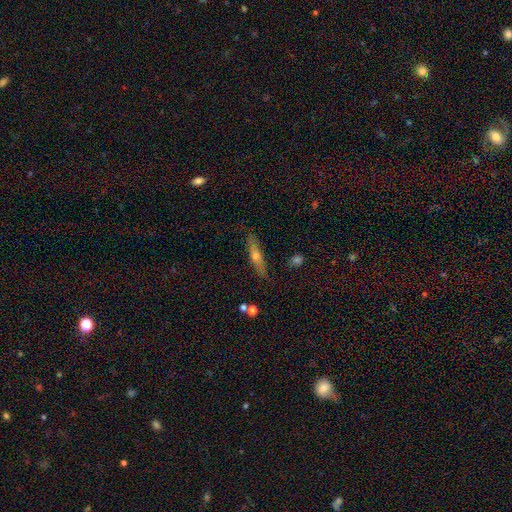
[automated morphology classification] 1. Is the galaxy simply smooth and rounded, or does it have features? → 50% featured or disk, 42% smooth, 8% star or artifact.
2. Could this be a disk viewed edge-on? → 87% yes, 13% no.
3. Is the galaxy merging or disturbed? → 85% none, 11% minor disturbance, 2% major disturbance, 2% merger.